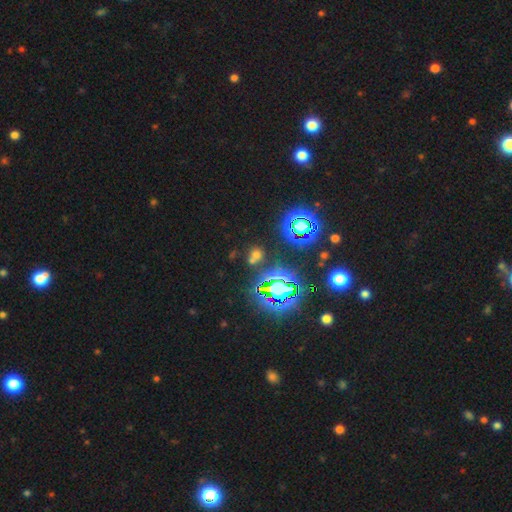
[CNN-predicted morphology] A star or artifact, not a galaxy (52%).